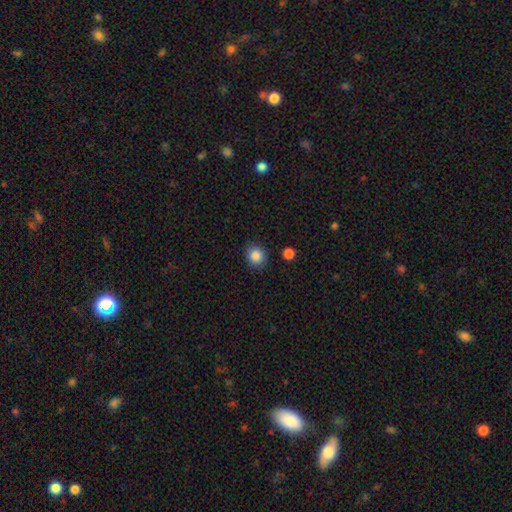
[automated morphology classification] type=smooth (86%); roundness=round (82%); merging=none (88%).